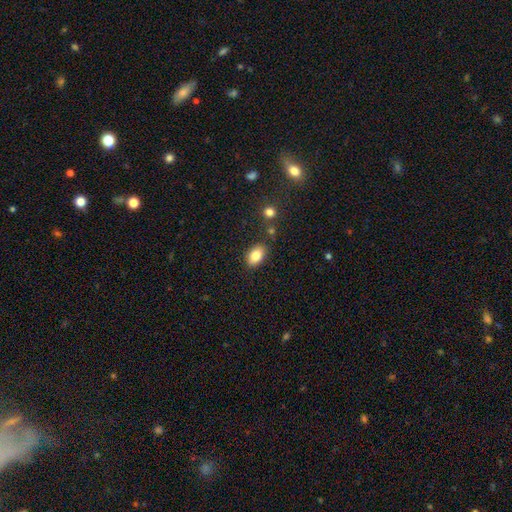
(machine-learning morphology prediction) The model was most divided on "merging": none: 82%, minor disturbance: 12%, merger: 4%, major disturbance: 3%. More confident: how rounded — in between (87%); smooth or featured — smooth (84%).